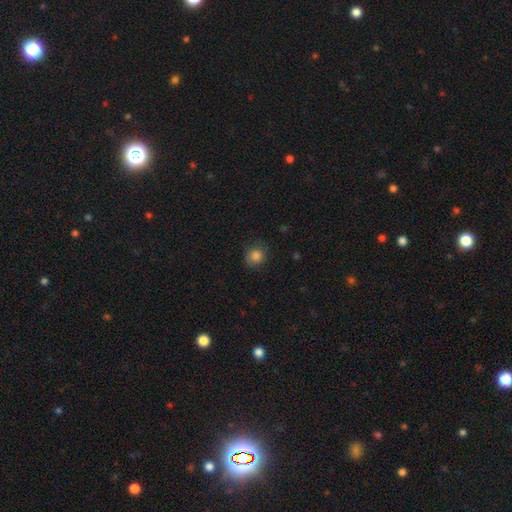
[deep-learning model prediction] Smooth or featured?
  - smooth: 84% *
  - star or artifact: 10%
  - featured or disk: 6%
How rounded?
  - round: 82% *
  - in between: 17%
  - cigar-shaped: 1%
Merging?
  - none: 75% *
  - minor disturbance: 18%
  - major disturbance: 5%
  - merger: 1%